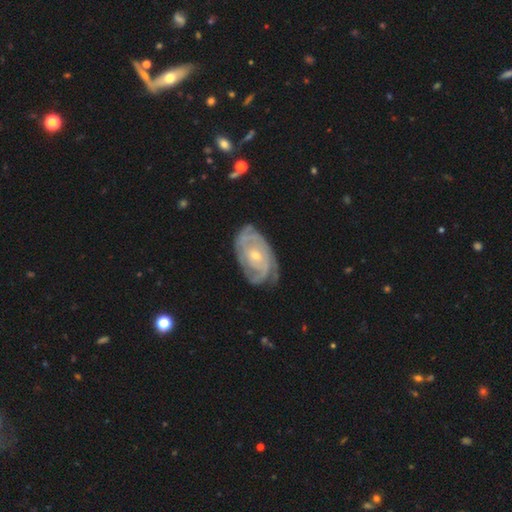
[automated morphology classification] The model was most divided on "spiral arm count": can't tell: 34%, 2: 27%, 3: 20%, 4: 9%, 1: 6%, more than 4: 5%. More confident: edge-on disk — no (96%); spiral arms — yes (95%); smooth or featured — featured or disk (86%); spiral winding — tight (74%); bar — no (71%); merging — none (71%); bulge size — small (58%).